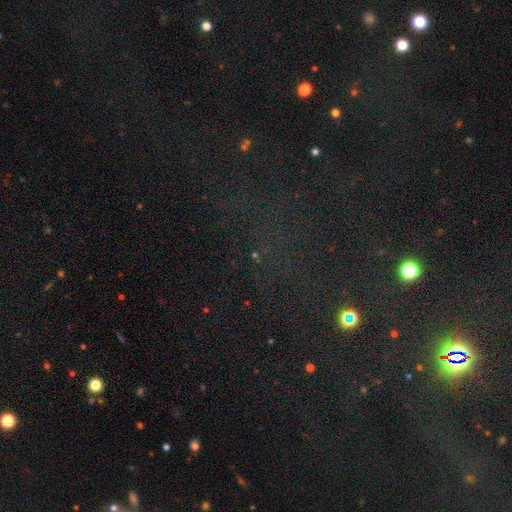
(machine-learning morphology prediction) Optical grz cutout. It shows a star or artifact, not a galaxy (76%).